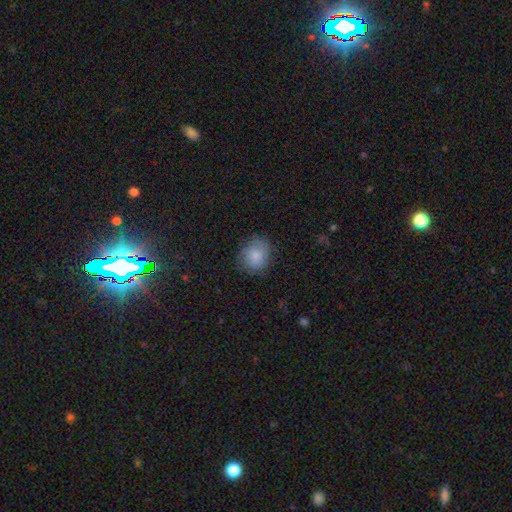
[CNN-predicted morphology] This appears to be a smooth galaxy with no disk features (83%) that is round (64%). Merging: none (76%).